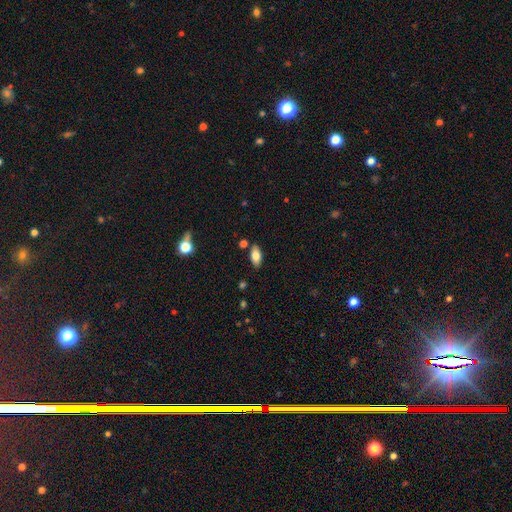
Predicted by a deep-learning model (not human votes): Q: Smooth or featured?
A: smooth (80%); runner-up: featured or disk (13%)
Q: How rounded?
A: in between (91%); runner-up: cigar-shaped (6%)
Q: Merging?
A: none (83%); runner-up: minor disturbance (11%)